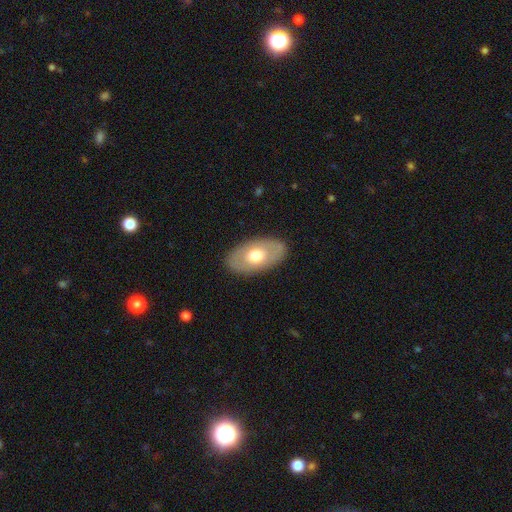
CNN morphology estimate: smooth-or-featured: smooth: 56% | featured or disk: 39% | star or artifact: 5%
  how-rounded: in between: 91% | round: 7% | cigar-shaped: 2%
  merging: none: 86% | minor disturbance: 10% | major disturbance: 3% | merger: 1%